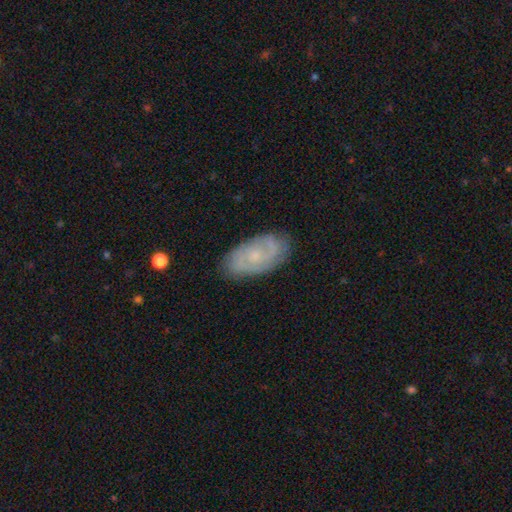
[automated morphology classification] smooth_or_featured: featured or disk (p=0.68) [alt: smooth p=0.25]
disk_edge_on: no (p=0.95) [alt: yes p=0.05]
bar: no (p=0.69) [alt: weak p=0.28]
has_spiral_arms: yes (p=0.89) [alt: no p=0.11]
spiral_winding: tight (p=0.53) [alt: medium p=0.36]
spiral_arm_count: 2 (p=0.55) [alt: can't tell p=0.27]
bulge_size: small (p=0.60) [alt: moderate p=0.25]
merging: none (p=0.80) [alt: minor disturbance p=0.15]